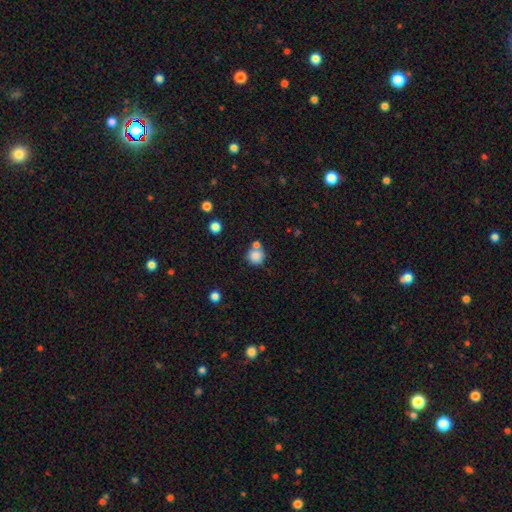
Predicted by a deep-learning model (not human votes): A smooth galaxy with no disk features (83%) that is round (91%). Merging: none (62%).